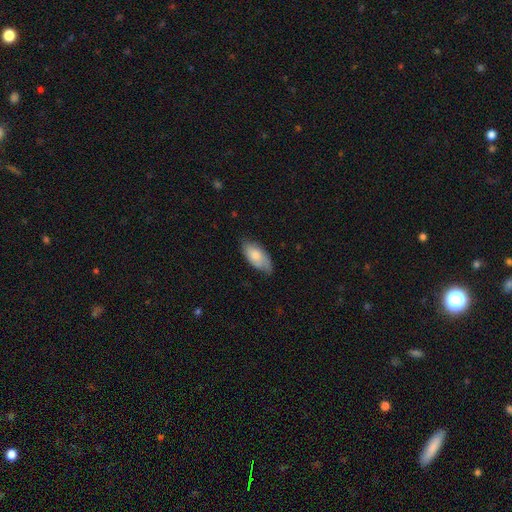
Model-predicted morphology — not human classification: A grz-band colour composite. It shows a smooth galaxy with no disk features (73%) that is in between round and cigar-shaped (92%). Merging: none (64%).